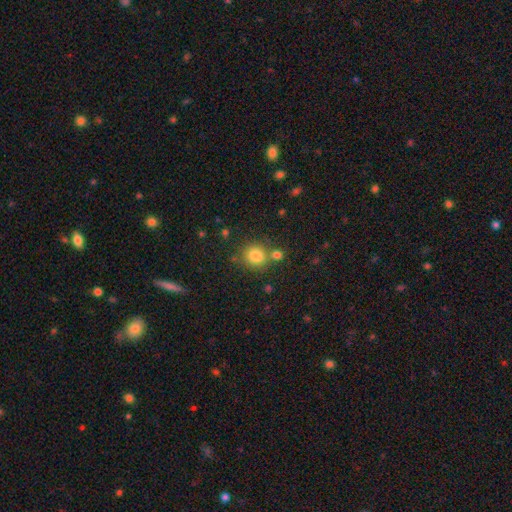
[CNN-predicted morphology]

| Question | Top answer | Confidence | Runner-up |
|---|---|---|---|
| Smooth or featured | smooth | 82% | star or artifact (11%) |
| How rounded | round | 83% | in between (16%) |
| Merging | none | 65% | merger (20%) |